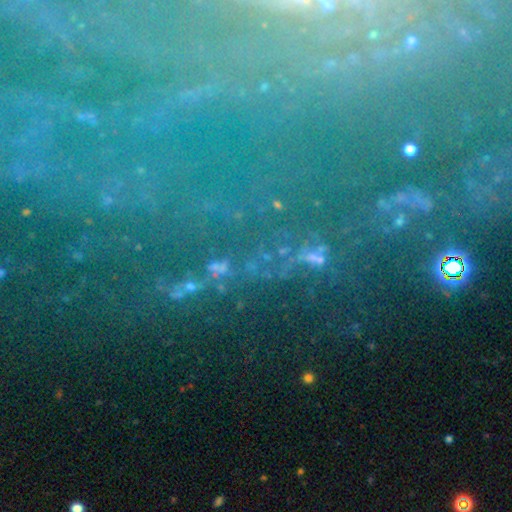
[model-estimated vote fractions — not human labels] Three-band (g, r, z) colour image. It shows a star or artifact, not a galaxy (73%).